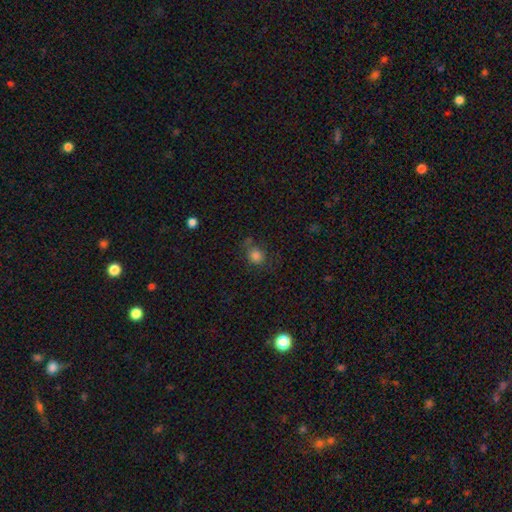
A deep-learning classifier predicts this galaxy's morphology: smooth_or_featured: smooth (p=0.80) [alt: star or artifact p=0.13]
how_rounded: round (p=0.75) [alt: in between p=0.23]
merging: none (p=0.61) [alt: minor disturbance p=0.21]